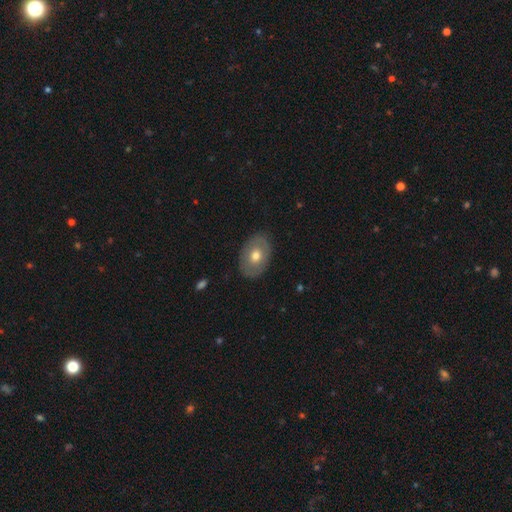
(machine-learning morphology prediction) This is possibly a smooth galaxy (55%). How rounded: clearly in between (81%). Merging: clearly none (86%).